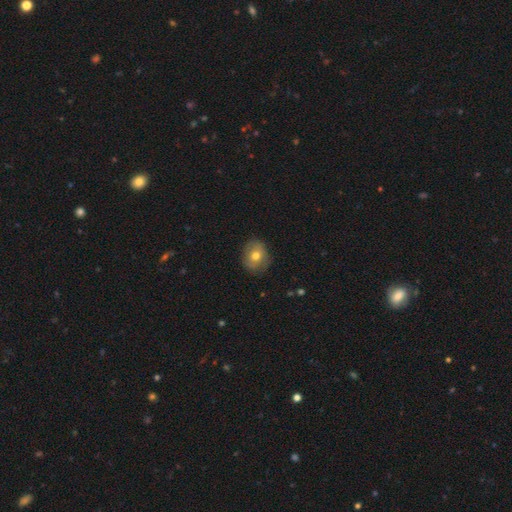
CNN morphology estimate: Q: Smooth or featured?
A: smooth (69%); runner-up: featured or disk (22%)
Q: How rounded?
A: round (63%); runner-up: in between (36%)
Q: Merging?
A: none (81%); runner-up: minor disturbance (14%)